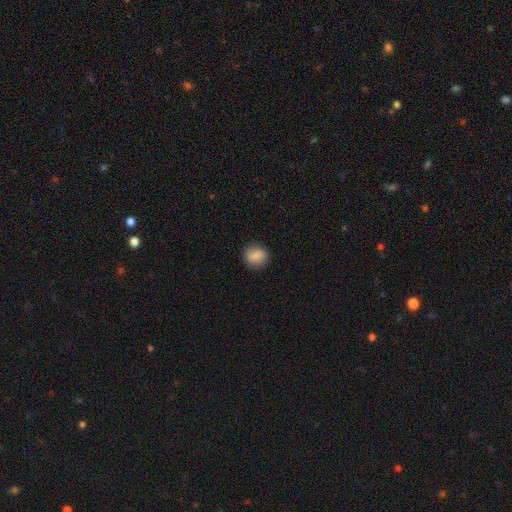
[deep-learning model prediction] Overall: smooth (85%). How rounded: round (74%). Merging: none (87%).